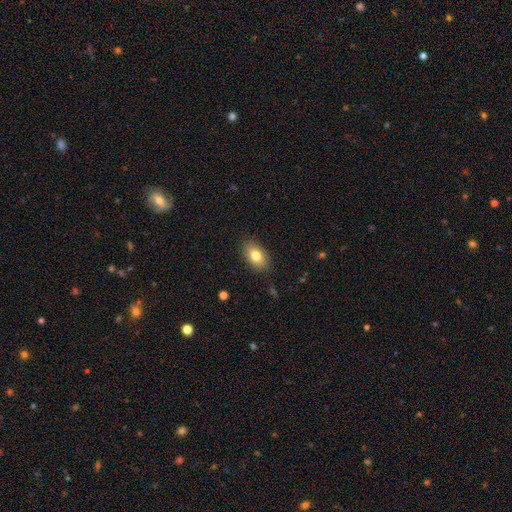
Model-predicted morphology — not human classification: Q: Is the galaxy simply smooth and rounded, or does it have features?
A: smooth — 80%.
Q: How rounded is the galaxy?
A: in between — 89%.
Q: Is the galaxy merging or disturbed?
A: none — 86%.